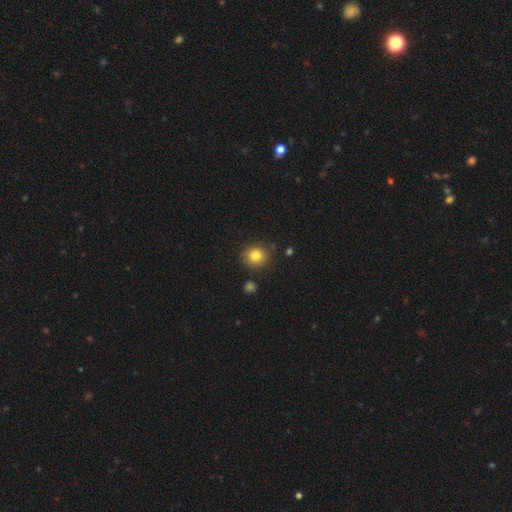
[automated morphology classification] This appears to be a smooth galaxy with no disk features (82%) that is round (85%). Merging: none (85%).